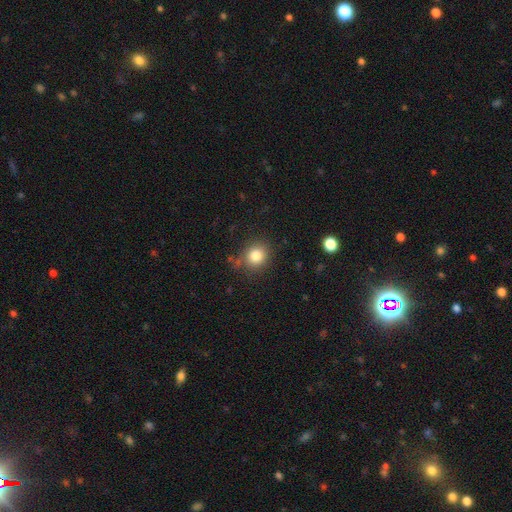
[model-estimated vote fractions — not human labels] The model was most divided on "how rounded": round: 78%, in between: 21%, cigar-shaped: 1%. More confident: smooth or featured — smooth (82%); merging — none (81%).